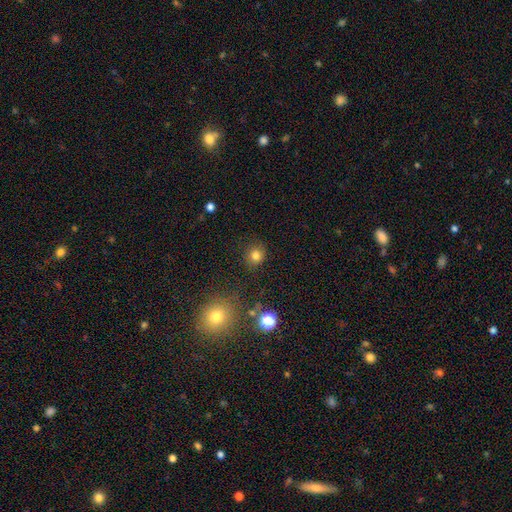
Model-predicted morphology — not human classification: The model was most divided on "smooth or featured": smooth: 79%, star or artifact: 15%, featured or disk: 6%. More confident: how rounded — round (86%); merging — none (86%).